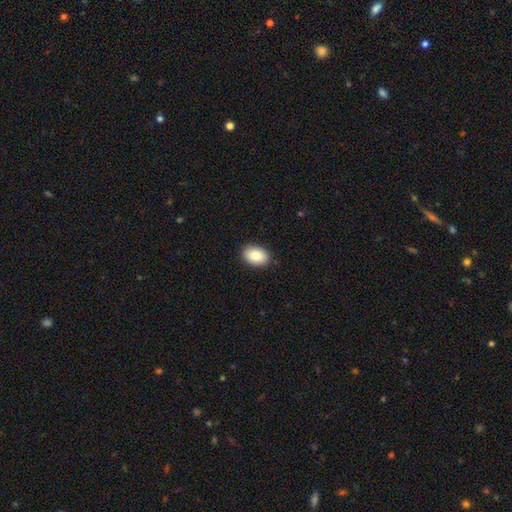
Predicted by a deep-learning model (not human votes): Smooth or featured? smooth (85%)
How rounded? in between (86%)
Merging? none (89%)